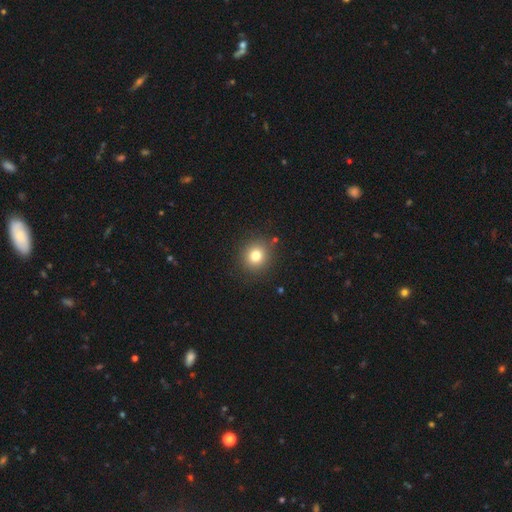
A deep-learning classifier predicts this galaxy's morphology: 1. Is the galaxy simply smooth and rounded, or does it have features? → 79% smooth, 13% star or artifact, 8% featured or disk.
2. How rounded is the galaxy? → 88% round, 11% in between, 1% cigar-shaped.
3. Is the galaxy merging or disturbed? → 87% none, 8% minor disturbance, 3% major disturbance, 2% merger.